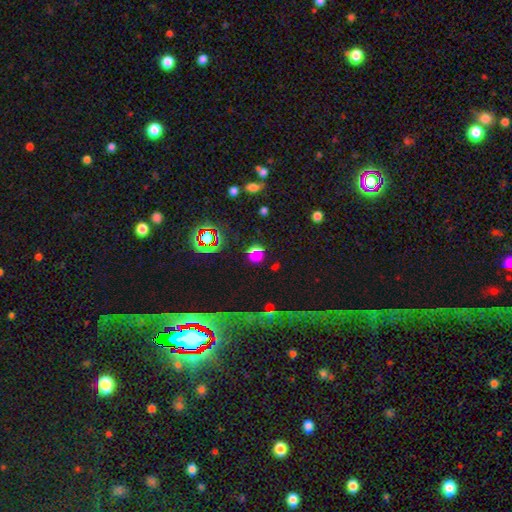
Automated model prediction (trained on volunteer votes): Q: Smooth or featured?
A: star or artifact (54%); runner-up: smooth (37%)